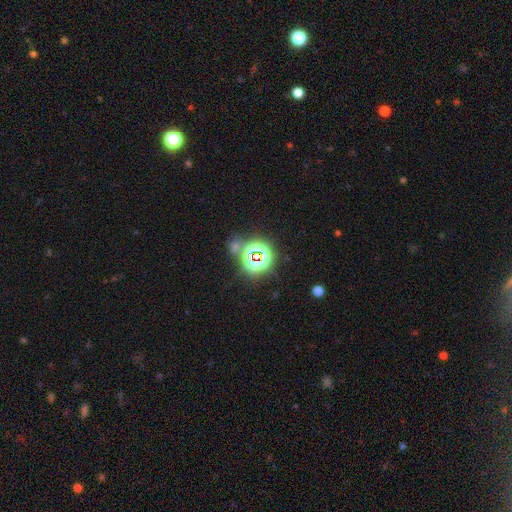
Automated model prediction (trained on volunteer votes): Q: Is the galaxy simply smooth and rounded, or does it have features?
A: star or artifact — 72%.